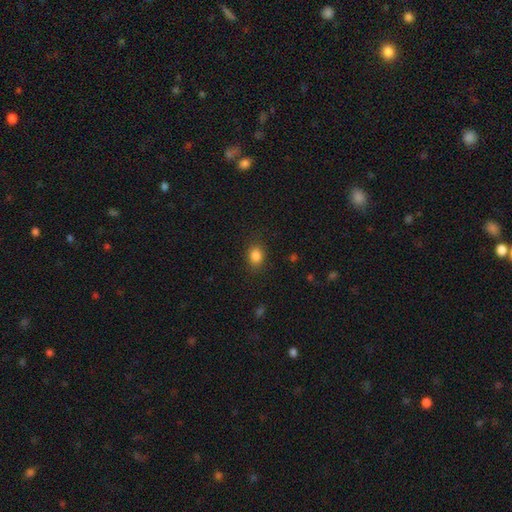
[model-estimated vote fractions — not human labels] Overall: smooth (85%). How rounded: in between (53%; round 46%). Merging: none (85%).